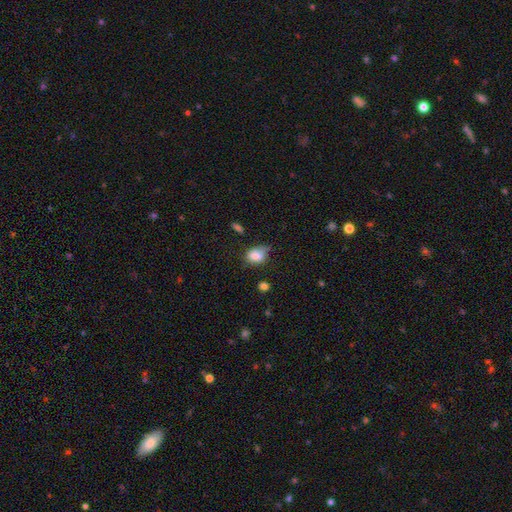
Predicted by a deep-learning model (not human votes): A smooth galaxy with no disk features (82%) that is in between round and cigar-shaped (67%).

Vote fractions:
- Smooth or featured? smooth: 82% / star or artifact: 9% / featured or disk: 9%
- How rounded? in between: 67% / round: 31% / cigar-shaped: 1%
- Merging? none: 47% / minor disturbance: 38% / major disturbance: 11% / merger: 4%